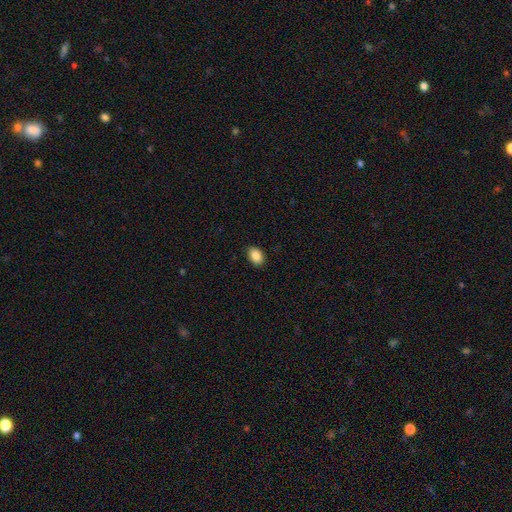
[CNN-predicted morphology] smooth-or-featured: smooth: 87% | star or artifact: 8% | featured or disk: 4%
  how-rounded: in between: 79% | round: 20% | cigar-shaped: 1%
  merging: none: 89% | minor disturbance: 8% | major disturbance: 2% | merger: 1%